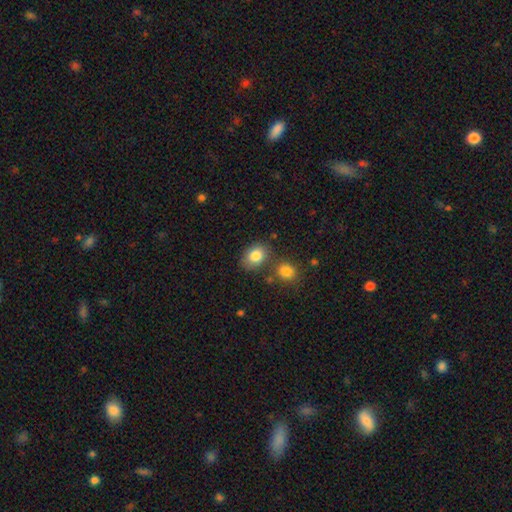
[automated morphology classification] smooth-or-featured: smooth: 84% | star or artifact: 8% | featured or disk: 7%
  how-rounded: in between: 60% | round: 39% | cigar-shaped: 1%
  merging: none: 67% | merger: 15% | minor disturbance: 14% | major disturbance: 4%